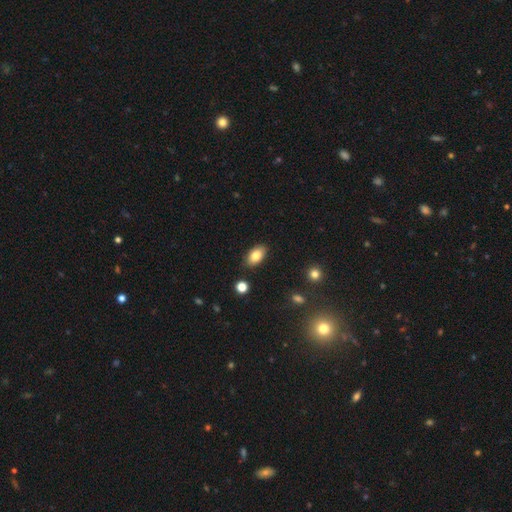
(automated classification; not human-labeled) A smooth galaxy with no disk features (83%) that is in between round and cigar-shaped (92%).

Vote fractions:
- Smooth or featured? smooth: 83% / featured or disk: 9% / star or artifact: 8%
- How rounded? in between: 92% / round: 6% / cigar-shaped: 2%
- Merging? none: 86% / minor disturbance: 10% / major disturbance: 2% / merger: 2%